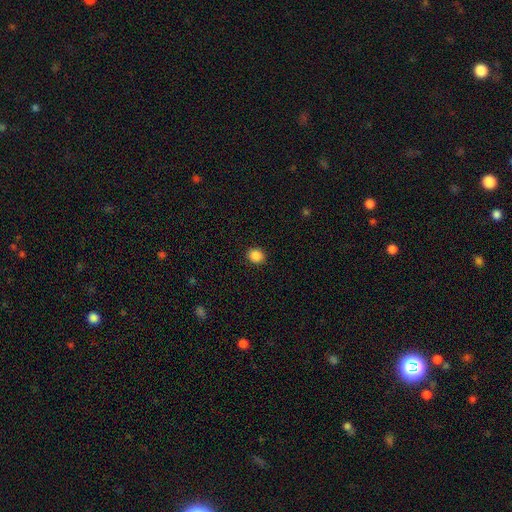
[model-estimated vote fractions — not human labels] Overall: smooth (88%). How rounded: round (74%). Merging: none (91%).